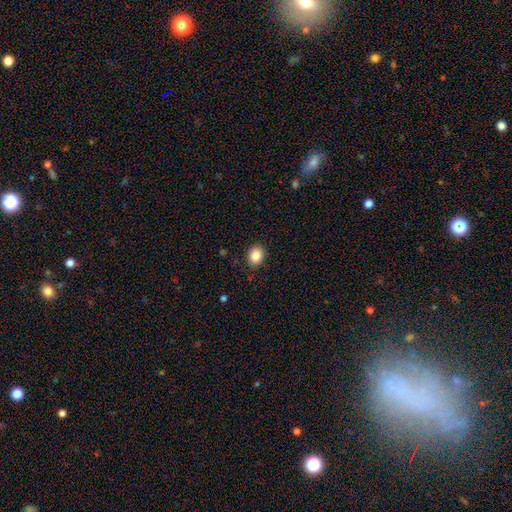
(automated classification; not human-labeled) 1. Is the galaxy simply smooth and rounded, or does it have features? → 87% smooth, 9% star or artifact, 4% featured or disk.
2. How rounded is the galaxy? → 52% round, 47% in between, 1% cigar-shaped.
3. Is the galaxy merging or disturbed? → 88% none, 8% minor disturbance, 2% major disturbance, 1% merger.